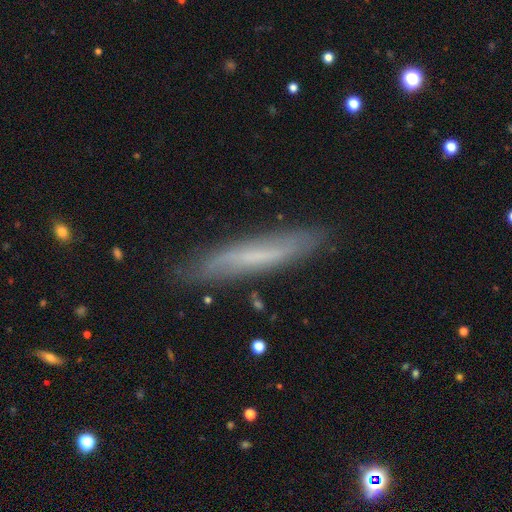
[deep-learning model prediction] Smooth or featured? featured or disk (47%)
Merging? none (80%)